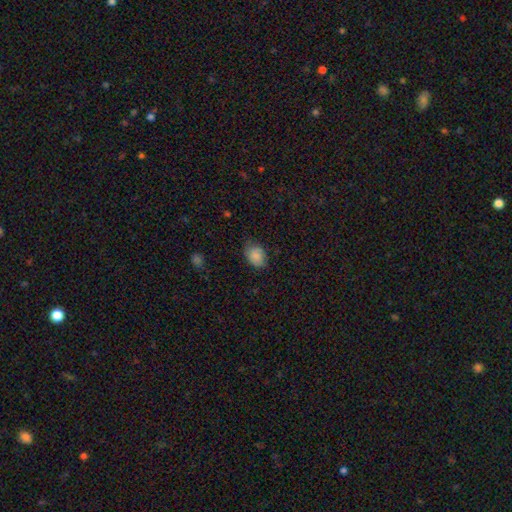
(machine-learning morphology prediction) smooth-or-featured: smooth: 84% | star or artifact: 8% | featured or disk: 7%
  how-rounded: in between: 69% | round: 30% | cigar-shaped: 1%
  merging: none: 67% | minor disturbance: 26% | major disturbance: 5% | merger: 1%